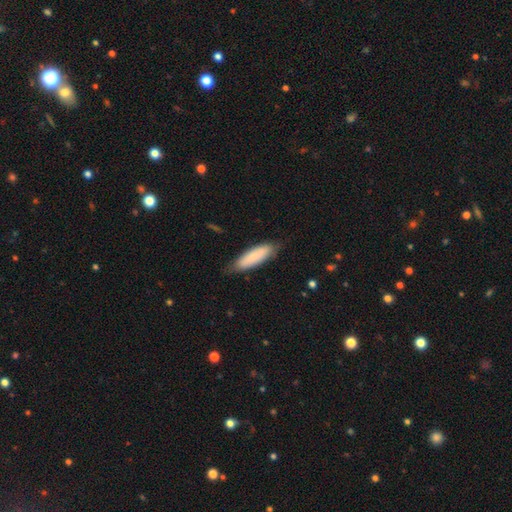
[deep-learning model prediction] Overall: smooth (80%). How rounded: in between (53%; cigar-shaped 45%). Merging: none (74%).